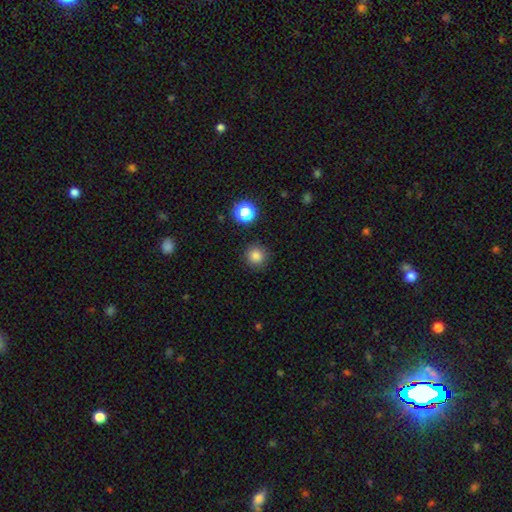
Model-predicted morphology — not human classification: type=smooth (81%); roundness=round (95%); merging=none (90%).